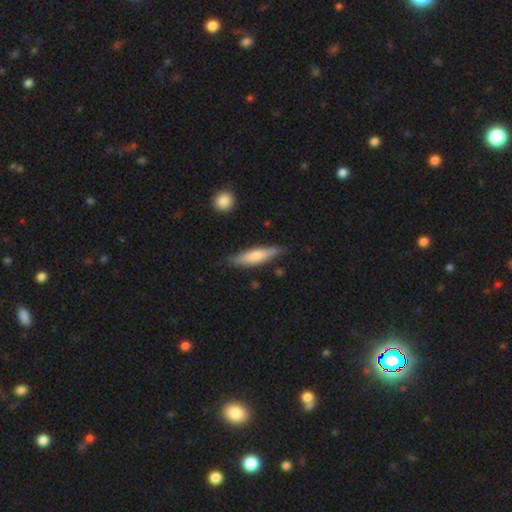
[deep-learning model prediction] Smooth or featured? Predicted: smooth (p=0.58). How rounded? Predicted: cigar-shaped (p=0.77). Merging? Predicted: none (p=0.81).